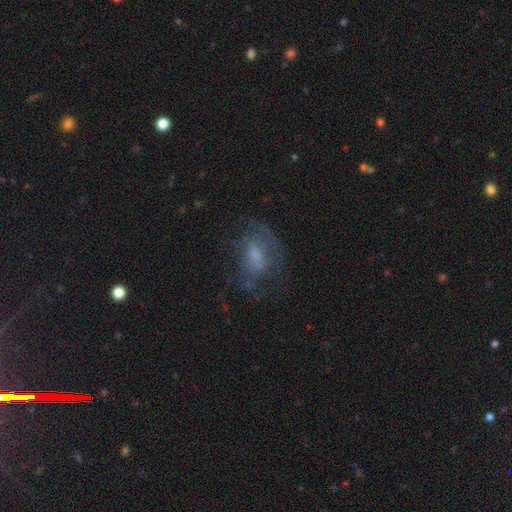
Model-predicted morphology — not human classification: The model was most divided on "bulge size": moderate: 36%, small: 33%, none: 21%, large: 8%, dominant: 1%. Remaining: edge-on disk — no (96%); spiral arms — yes (58%); smooth or featured — featured or disk (57%); bar — no (53%); merging — none (49%).